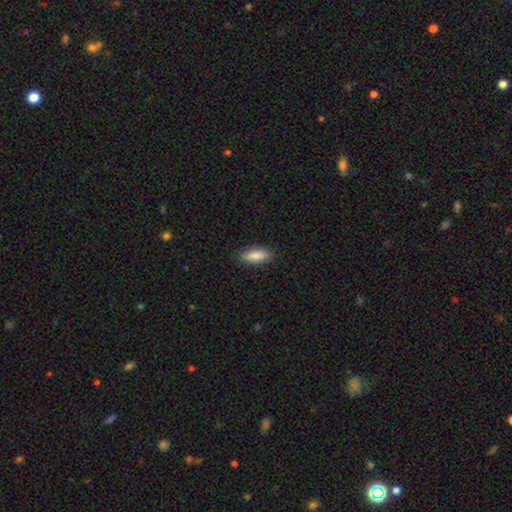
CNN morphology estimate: This is clearly a smooth galaxy (87%). How rounded: likely in between (75%). Merging: clearly none (88%).